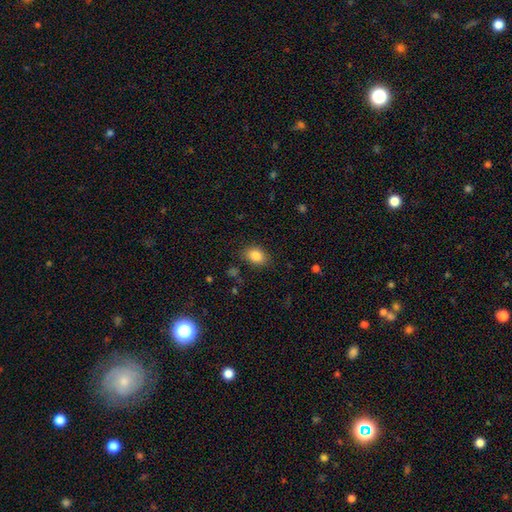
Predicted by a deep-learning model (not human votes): smooth_or_featured: smooth (p=0.85) [alt: star or artifact p=0.09]
how_rounded: in between (p=0.73) [alt: round p=0.26]
merging: none (p=0.84) [alt: minor disturbance p=0.11]